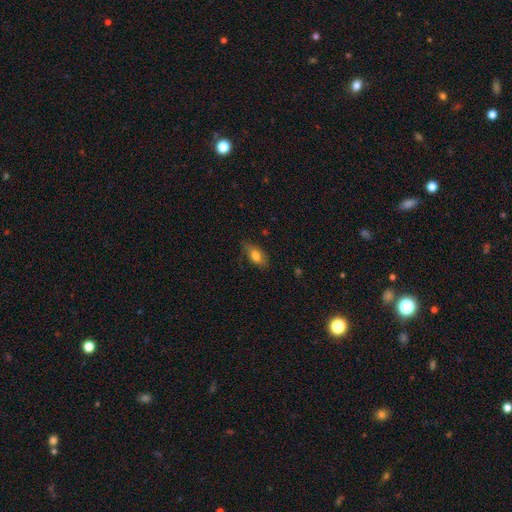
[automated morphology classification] Smooth or featured? smooth (75%)
How rounded? in between (89%)
Merging? none (73%)